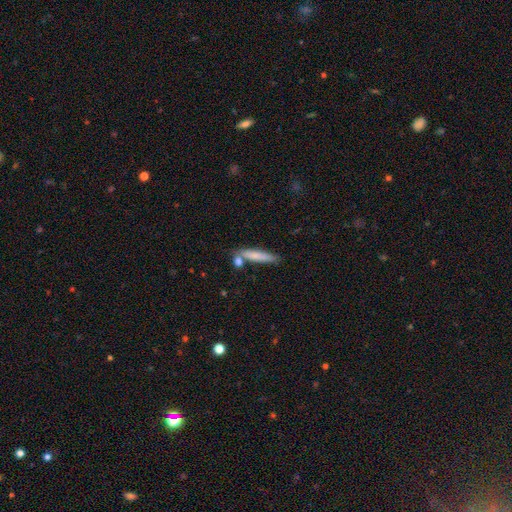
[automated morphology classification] Overall: smooth (74%). How rounded: cigar-shaped (88%). Merging: none (71%).